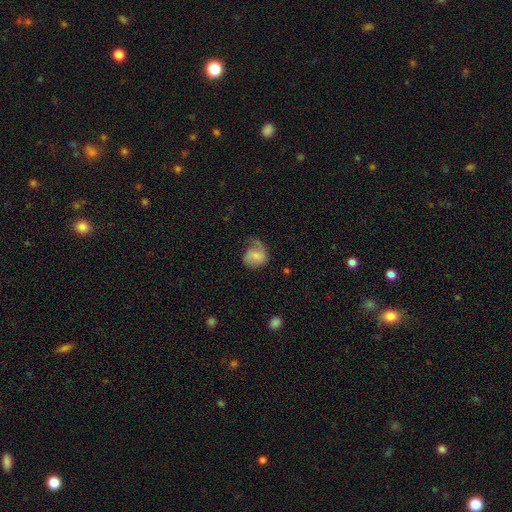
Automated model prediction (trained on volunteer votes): Overall: featured or disk (50%; smooth 43%). Merging: none (42%; major disturbance 28%).